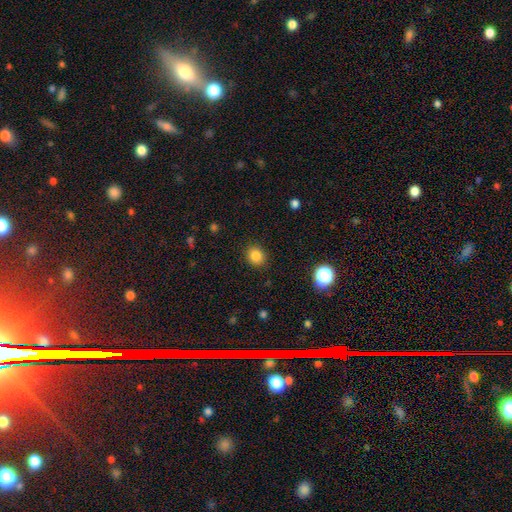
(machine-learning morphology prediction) This appears to be a smooth galaxy with no disk features (84%) that is round (81%). Merging: none (90%).